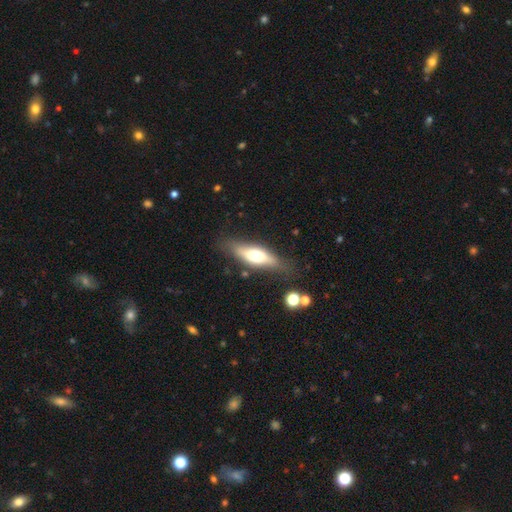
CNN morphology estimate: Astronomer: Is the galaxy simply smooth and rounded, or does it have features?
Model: smooth — 55% (runner-up: featured or disk, 39%).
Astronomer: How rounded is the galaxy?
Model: in between — 49%, tied with cigar-shaped at 49%.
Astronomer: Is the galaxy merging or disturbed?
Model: none — 75%.